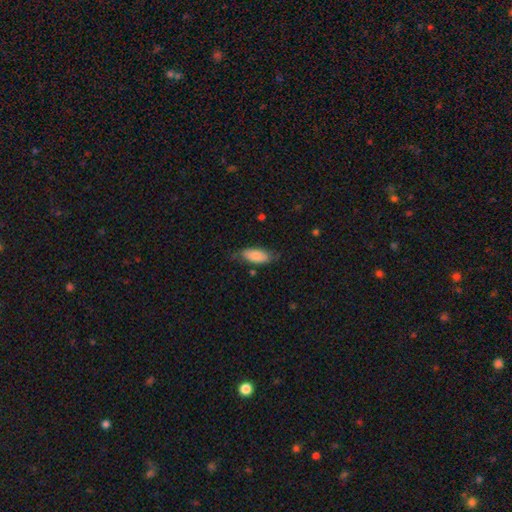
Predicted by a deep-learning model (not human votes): Smooth or featured?
  - smooth: 78% *
  - featured or disk: 16%
  - star or artifact: 6%
How rounded?
  - in between: 85% *
  - cigar-shaped: 13%
  - round: 2%
Merging?
  - none: 67% *
  - minor disturbance: 25%
  - major disturbance: 6%
  - merger: 2%